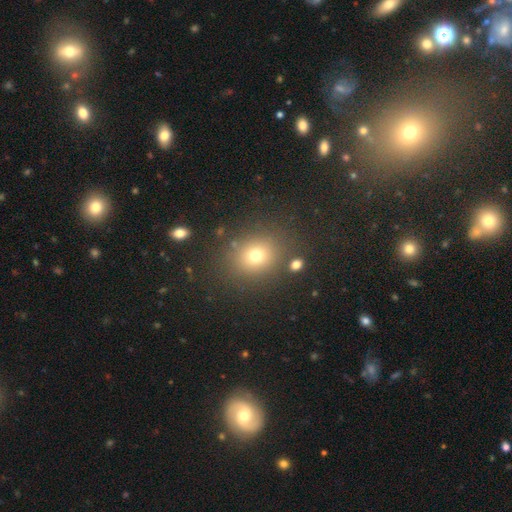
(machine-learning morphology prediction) smooth_or_featured: smooth (p=0.72) [alt: star or artifact p=0.18]
how_rounded: round (p=0.70) [alt: in between p=0.29]
merging: none (p=0.82) [alt: minor disturbance p=0.09]